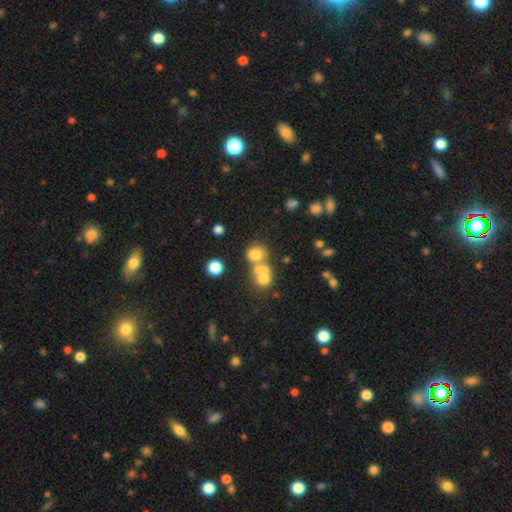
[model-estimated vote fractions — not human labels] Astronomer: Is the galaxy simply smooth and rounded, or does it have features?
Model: smooth — 63%.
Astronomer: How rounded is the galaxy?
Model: round — 76%.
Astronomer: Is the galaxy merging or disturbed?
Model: merger — 47% (runner-up: none, 40%).